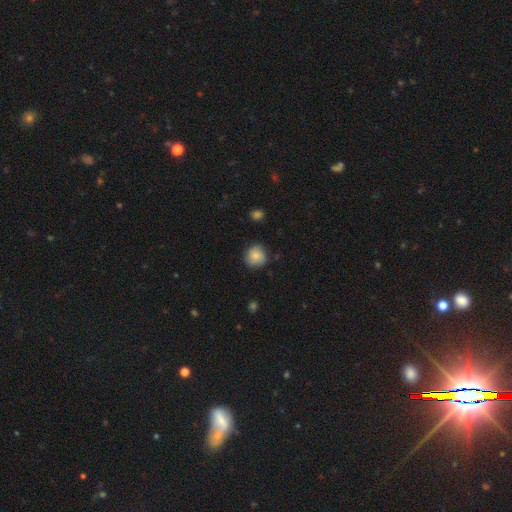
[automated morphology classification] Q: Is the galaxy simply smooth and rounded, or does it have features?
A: smooth — 77%.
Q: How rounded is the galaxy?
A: round — 89%.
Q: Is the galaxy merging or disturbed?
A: none — 79%.